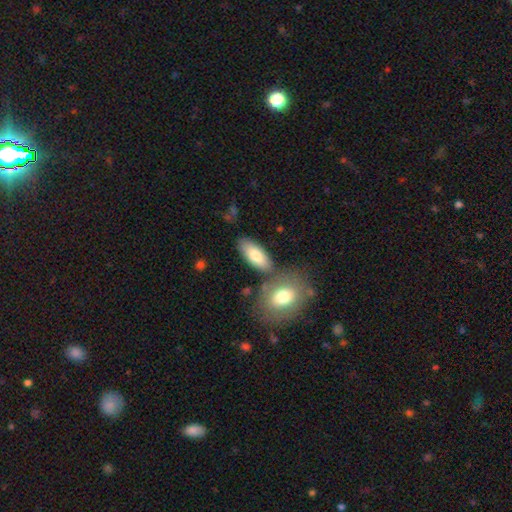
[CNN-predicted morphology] type=smooth (77%); roundness=in between (84%); merging=none (69%).